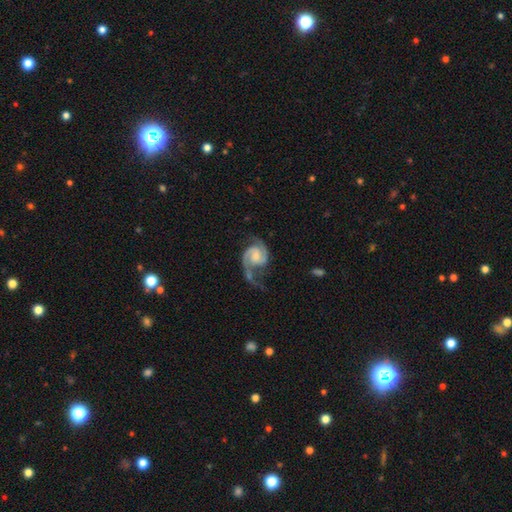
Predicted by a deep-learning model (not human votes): This is clearly a featured or disk galaxy (91%). It is clearly not viewed edge-on (98%). Bar: possibly no (54%). Spiral arm pattern: clearly yes (98%). Spiral arm count: clearly 2 (90%). Spiral winding: possibly medium (52%). Central bulge: marginally moderate (31%). Merging: possibly none (54%).